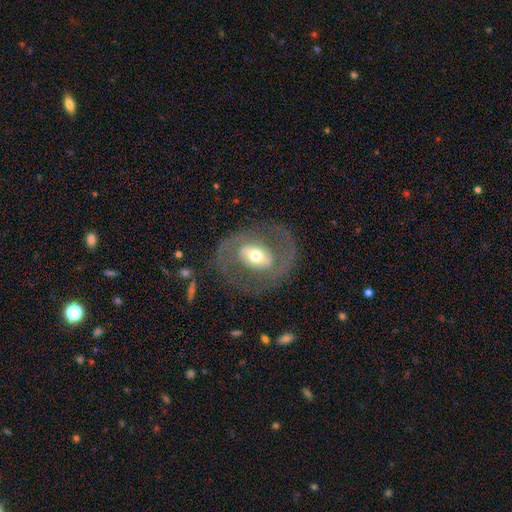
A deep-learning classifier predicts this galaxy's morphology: A featured or disk galaxy (73%) with no bar (35%), spiral arms (54%) and a moderate central bulge (64%).

Vote fractions:
- Smooth or featured? featured or disk: 73% / smooth: 21% / star or artifact: 6%
- Edge-on disk? no: 94% / yes: 6%
- Bar? no: 35% / weak: 33% / strong: 32%
- Spiral arms? yes: 54% / no: 46%
- Bulge size? moderate: 64% / small: 16% / large: 16% / dominant: 2% / none: 1%
- Merging? none: 73% / major disturbance: 13% / minor disturbance: 13% / merger: 1%